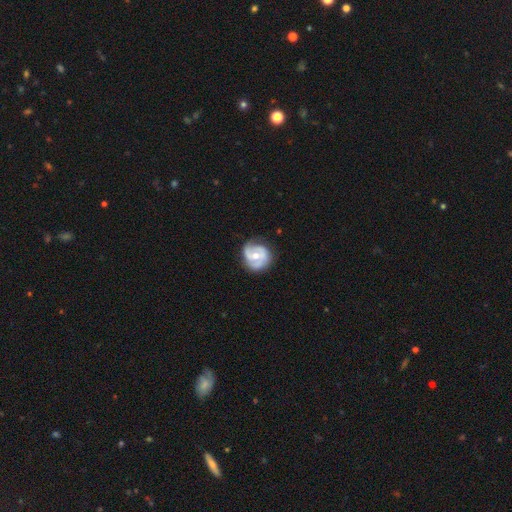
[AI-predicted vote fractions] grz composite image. It shows a featured or disk galaxy (74%) with no bar (53%), 2 (50%) tight (45%) spiral arms (87%) and a moderate central bulge (65%). Merging: none (68%).